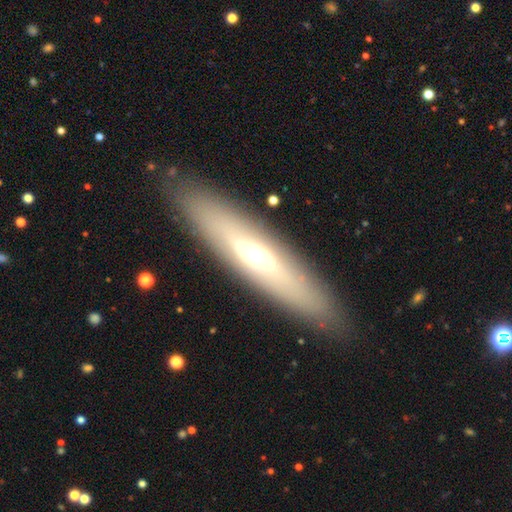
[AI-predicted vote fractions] A featured or disk galaxy (55%) viewed edge-on (63%). Merging: none (87%).